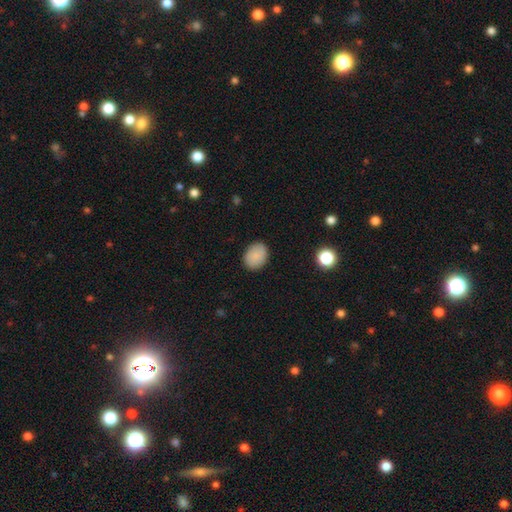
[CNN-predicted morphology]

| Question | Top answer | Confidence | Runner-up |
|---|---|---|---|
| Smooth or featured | smooth | 87% | star or artifact (8%) |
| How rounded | in between | 57% | round (42%) |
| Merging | none | 87% | minor disturbance (10%) |